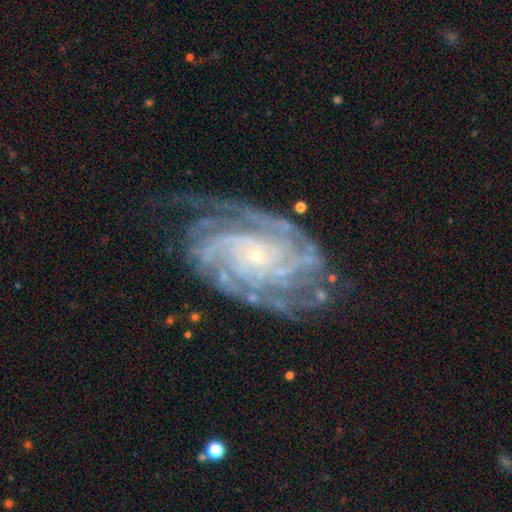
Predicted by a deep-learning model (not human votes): Smooth or featured?
  - featured or disk: 90% *
  - star or artifact: 6%
  - smooth: 4%
Edge-on disk?
  - no: 97% *
  - yes: 3%
Bar?
  - no: 74% *
  - weak: 19%
  - strong: 7%
Spiral arms?
  - yes: 98% *
  - no: 2%
Spiral winding?
  - tight: 69% *
  - medium: 26%
  - loose: 5%
Spiral arm count?
  - 4: 24% *
  - can't tell: 20%
  - 3: 16%
  - more than 4: 16%
  - 2: 15%
  - 1: 8%
Bulge size?
  - small: 85% *
  - moderate: 10%
  - none: 3%
  - large: 1%
  - dominant: 1%
Merging?
  - none: 69% *
  - minor disturbance: 19%
  - major disturbance: 10%
  - merger: 2%